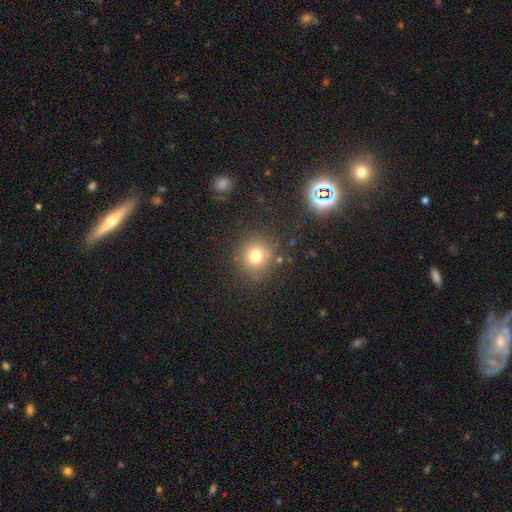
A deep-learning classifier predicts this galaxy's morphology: The model was most divided on "smooth or featured": smooth: 76%, star or artifact: 15%, featured or disk: 9%. More confident: how rounded — round (87%); merging — none (81%).